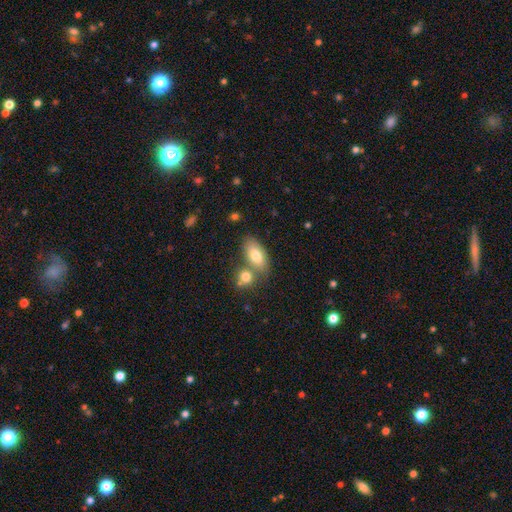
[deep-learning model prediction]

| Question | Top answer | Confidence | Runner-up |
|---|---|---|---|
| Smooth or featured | smooth | 78% | featured or disk (15%) |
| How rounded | in between | 87% | cigar-shaped (7%) |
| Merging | none | 54% | merger (31%) |